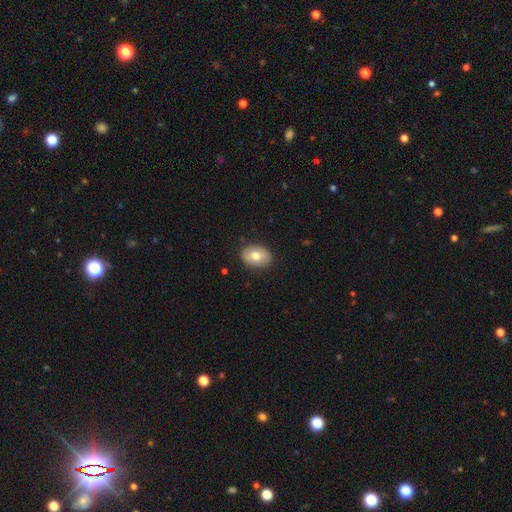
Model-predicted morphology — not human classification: Smooth or featured: smooth — 71% (featured or disk — 22%)
How rounded: in between — 72% (round — 27%)
Merging: none — 86% (minor disturbance — 11%)